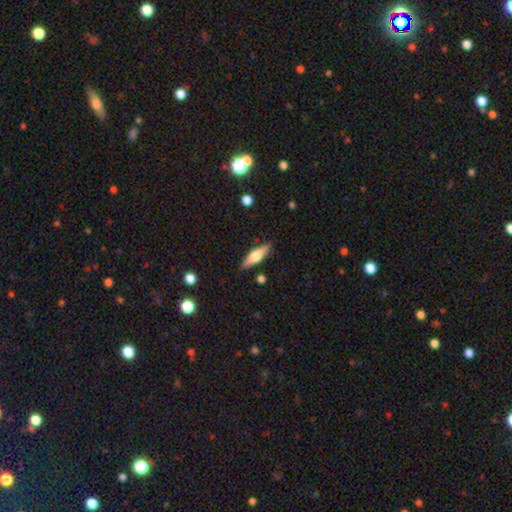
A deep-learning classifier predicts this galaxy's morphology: Smooth or featured? featured or disk (52%)
Edge-on disk? yes (94%)
Merging? none (86%)